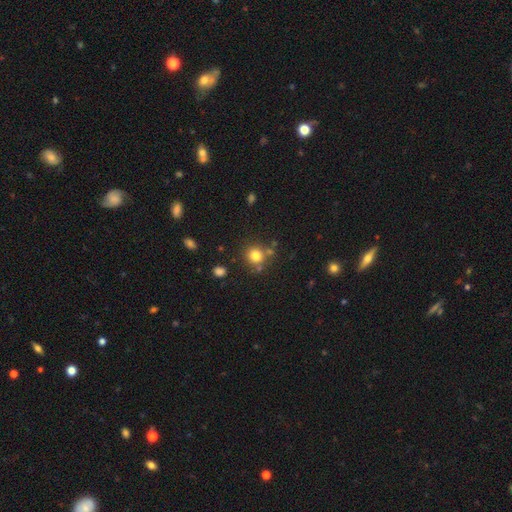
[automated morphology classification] A smooth galaxy with no disk features (79%) that is round (89%).

Vote fractions:
- Smooth or featured? smooth: 79% / star or artifact: 13% / featured or disk: 8%
- How rounded? round: 89% / in between: 10% / cigar-shaped: 1%
- Merging? none: 75% / merger: 11% / minor disturbance: 10% / major disturbance: 4%